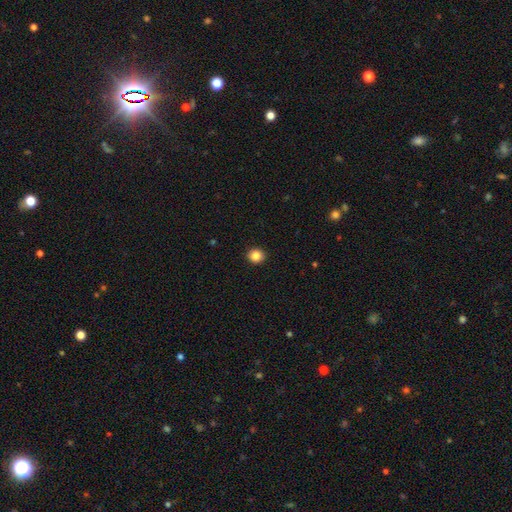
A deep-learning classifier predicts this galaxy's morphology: A smooth galaxy with no disk features (85%) that is round (88%). Merging: none (93%).